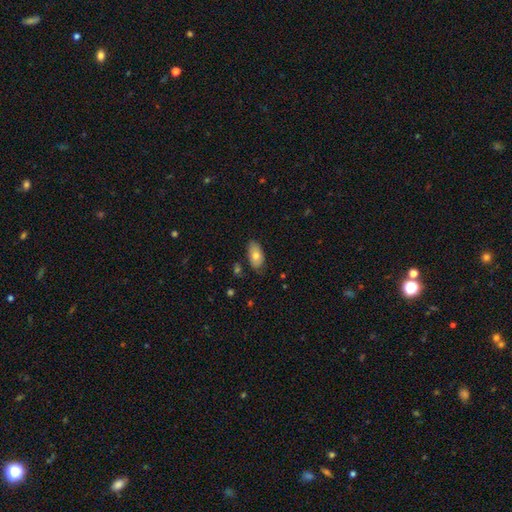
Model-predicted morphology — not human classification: Smooth or featured: smooth — 74% (featured or disk — 19%)
How rounded: in between — 93% (round — 4%)
Merging: none — 78% (minor disturbance — 17%)